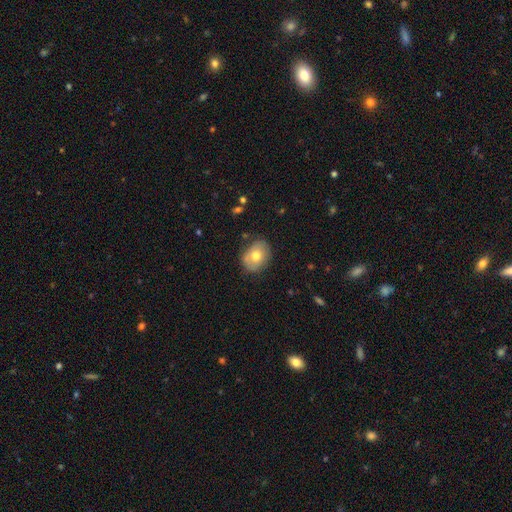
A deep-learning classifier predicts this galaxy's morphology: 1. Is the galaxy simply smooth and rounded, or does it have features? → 68% smooth, 24% featured or disk, 8% star or artifact.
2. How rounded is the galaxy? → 60% in between, 39% round, 1% cigar-shaped.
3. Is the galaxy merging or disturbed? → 77% none, 18% minor disturbance, 4% major disturbance, 2% merger.